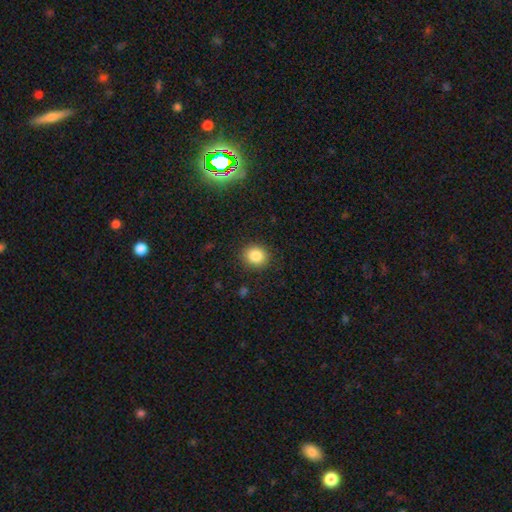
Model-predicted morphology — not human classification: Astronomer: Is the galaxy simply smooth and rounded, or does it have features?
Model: smooth — 84%.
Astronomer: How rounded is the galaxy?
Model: round — 78%.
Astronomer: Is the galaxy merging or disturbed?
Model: none — 89%.